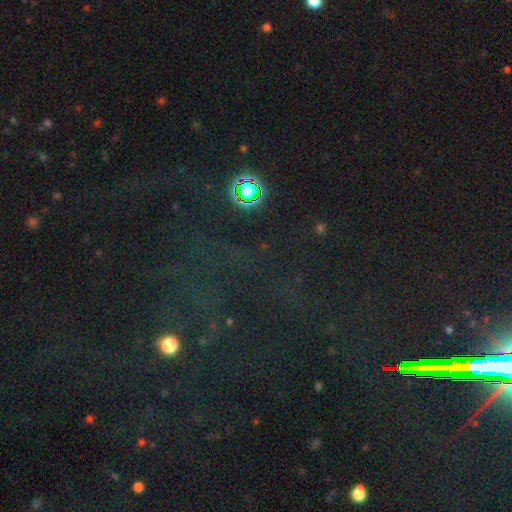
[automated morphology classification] type=star or artifact (77%).